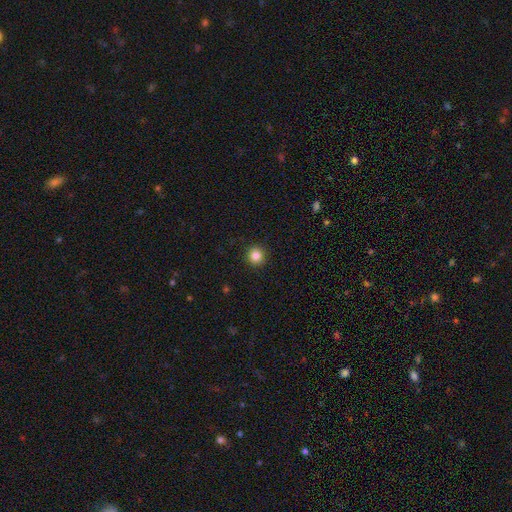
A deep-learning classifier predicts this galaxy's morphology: type=smooth (84%); roundness=round (95%); merging=none (92%).